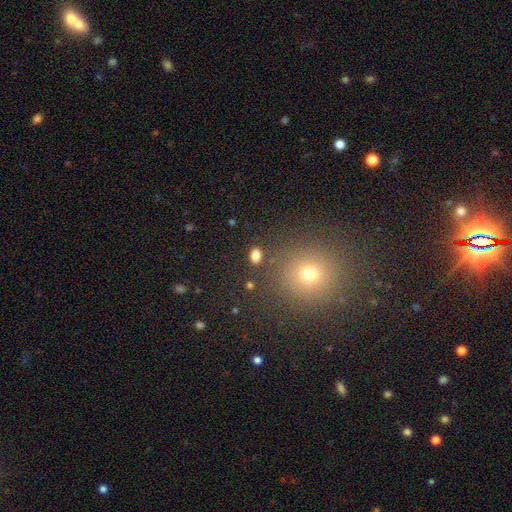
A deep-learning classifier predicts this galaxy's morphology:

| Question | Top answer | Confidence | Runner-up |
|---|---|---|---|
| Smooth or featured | smooth | 80% | star or artifact (14%) |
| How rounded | in between | 77% | round (22%) |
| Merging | none | 84% | minor disturbance (9%) |